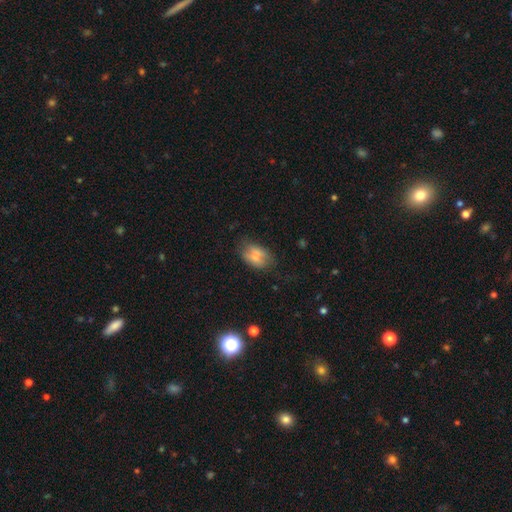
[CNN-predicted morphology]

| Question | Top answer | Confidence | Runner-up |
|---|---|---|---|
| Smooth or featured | smooth | 66% | featured or disk (24%) |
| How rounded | in between | 85% | round (13%) |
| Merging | none | 51% | minor disturbance (29%) |